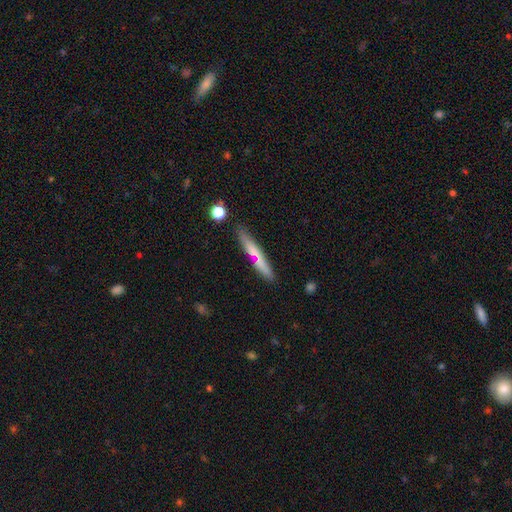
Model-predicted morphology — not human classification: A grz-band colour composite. It shows a smooth galaxy with no disk features (60%) that is cigar-shaped (94%). Merging: none (75%).